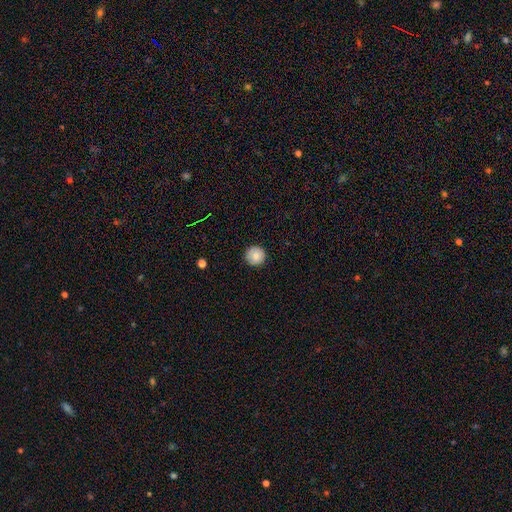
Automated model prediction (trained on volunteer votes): Smooth or featured: smooth — 80% (featured or disk — 12%)
How rounded: round — 96% (in between — 3%)
Merging: none — 91% (minor disturbance — 7%)